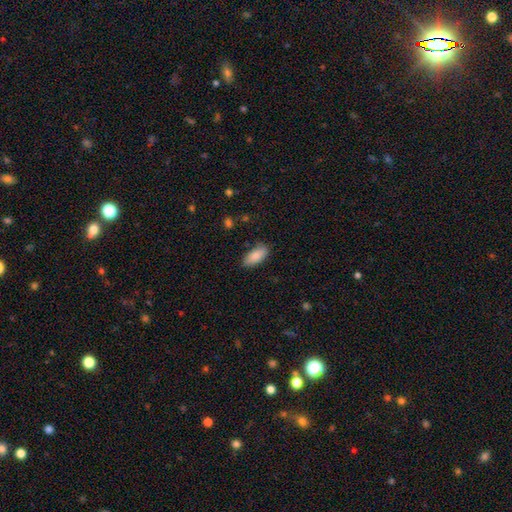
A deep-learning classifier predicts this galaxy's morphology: The model was most divided on "merging": none: 80%, minor disturbance: 15%, major disturbance: 3%, merger: 2%. More confident: how rounded — in between (90%); smooth or featured — smooth (87%).